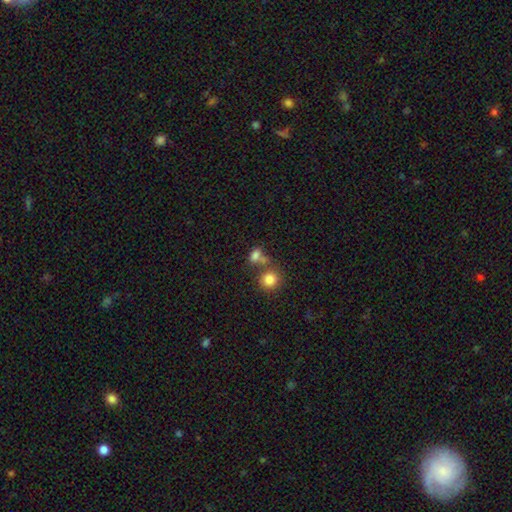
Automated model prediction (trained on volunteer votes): Q: Smooth or featured?
A: smooth (79%); runner-up: star or artifact (12%)
Q: How rounded?
A: in between (68%); runner-up: round (28%)
Q: Merging?
A: none (44%); runner-up: merger (37%)